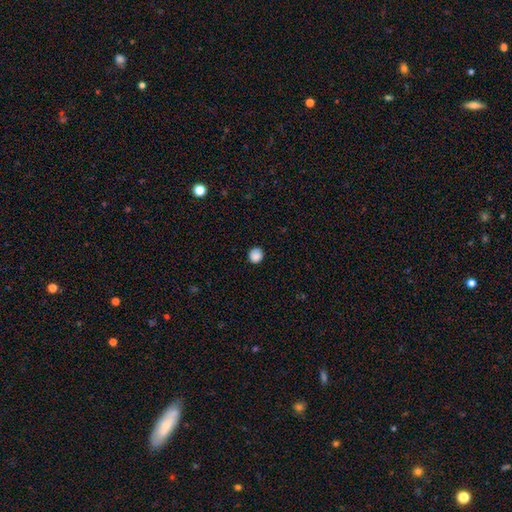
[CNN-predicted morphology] Smooth or featured?
  - smooth: 88% *
  - star or artifact: 10%
  - featured or disk: 3%
How rounded?
  - round: 89% *
  - in between: 10%
  - cigar-shaped: 1%
Merging?
  - none: 91% *
  - minor disturbance: 7%
  - major disturbance: 2%
  - merger: 1%